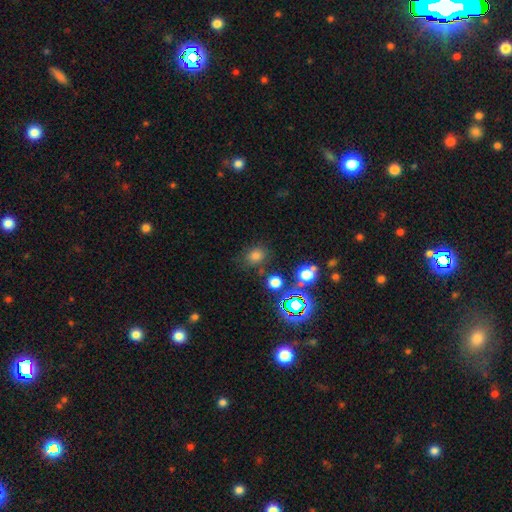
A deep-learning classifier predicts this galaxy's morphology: A smooth galaxy with no disk features (71%) that is round (62%). Merging: none (75%).